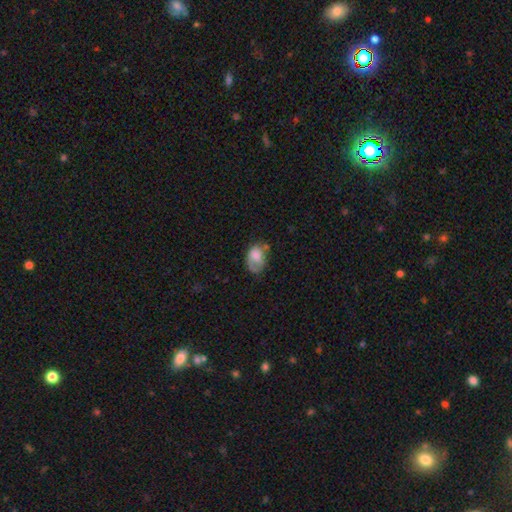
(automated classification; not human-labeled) Smooth or featured?
  - smooth: 62% *
  - featured or disk: 30%
  - star or artifact: 8%
How rounded?
  - in between: 79% *
  - round: 19%
  - cigar-shaped: 1%
Merging?
  - none: 40% *
  - minor disturbance: 30%
  - major disturbance: 24%
  - merger: 6%